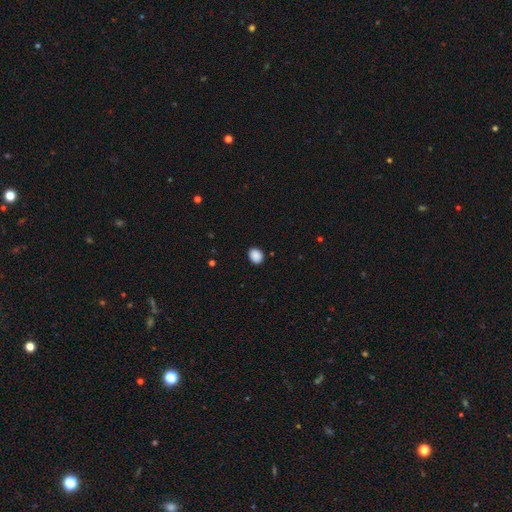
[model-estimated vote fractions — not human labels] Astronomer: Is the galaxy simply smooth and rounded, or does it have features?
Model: smooth — 89%.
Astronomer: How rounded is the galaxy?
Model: round — 57% (runner-up: in between, 42%).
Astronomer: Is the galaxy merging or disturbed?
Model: none — 90%.